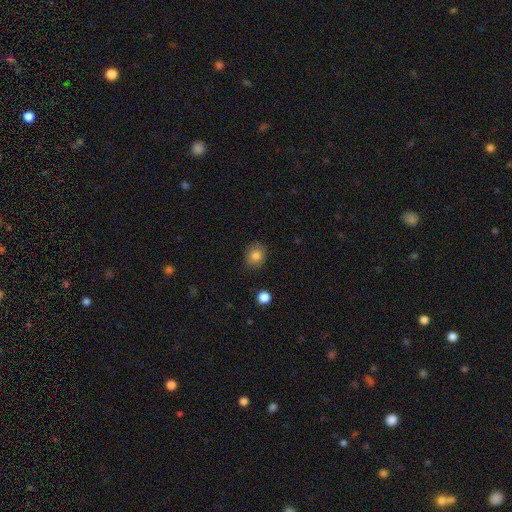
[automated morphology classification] Overall: smooth (83%). How rounded: round (65%; in between 34%). Merging: none (82%).